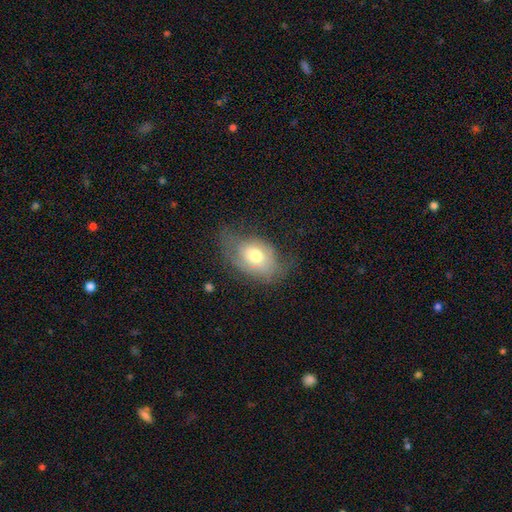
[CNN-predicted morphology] smooth-or-featured: smooth: 58% | featured or disk: 34% | star or artifact: 8%
  how-rounded: in between: 78% | round: 21% | cigar-shaped: 1%
  merging: none: 39% | minor disturbance: 34% | major disturbance: 25% | merger: 2%